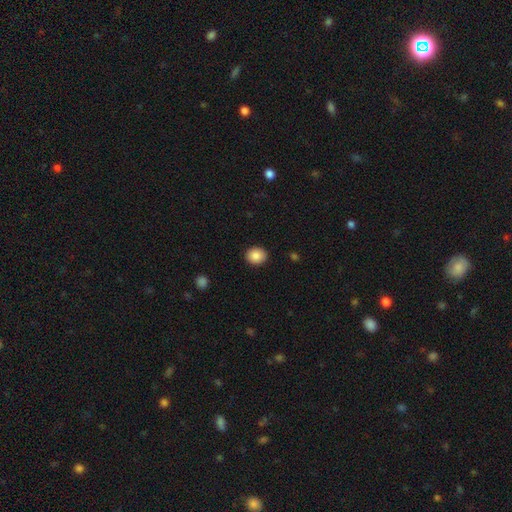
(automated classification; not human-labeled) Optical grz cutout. It shows a smooth galaxy with no disk features (87%) that is round (66%). Merging: none (90%).